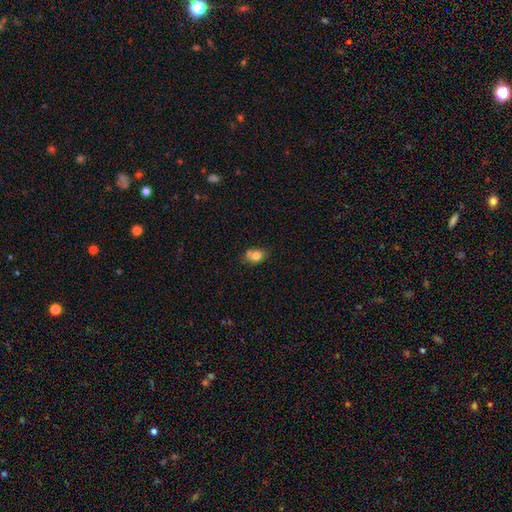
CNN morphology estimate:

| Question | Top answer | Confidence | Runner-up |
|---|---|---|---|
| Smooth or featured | smooth | 75% | featured or disk (15%) |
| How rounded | in between | 65% | round (33%) |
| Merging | none | 53% | minor disturbance (21%) |